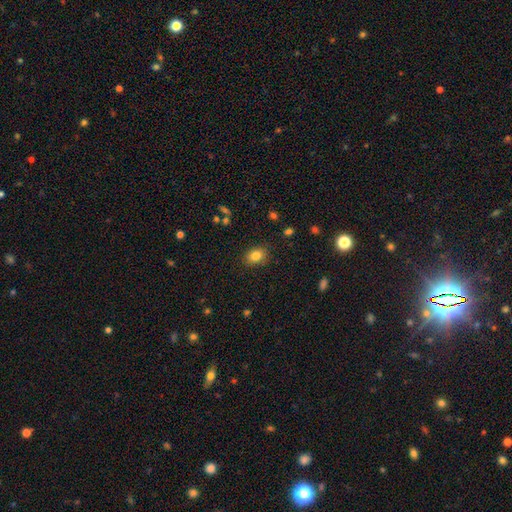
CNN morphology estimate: Smooth or featured?
  - smooth: 83% *
  - star or artifact: 10%
  - featured or disk: 7%
How rounded?
  - in between: 68% *
  - round: 31%
  - cigar-shaped: 1%
Merging?
  - none: 86% *
  - minor disturbance: 10%
  - major disturbance: 3%
  - merger: 1%